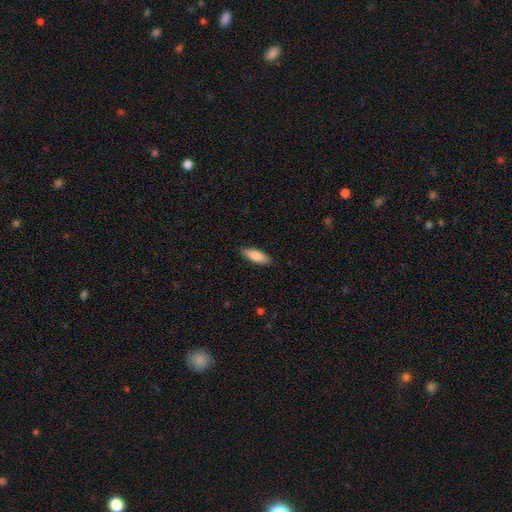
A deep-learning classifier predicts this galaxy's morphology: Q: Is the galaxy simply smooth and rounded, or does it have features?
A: smooth — 82%.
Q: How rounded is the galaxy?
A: in between — 60%.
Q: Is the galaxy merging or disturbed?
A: none — 88%.